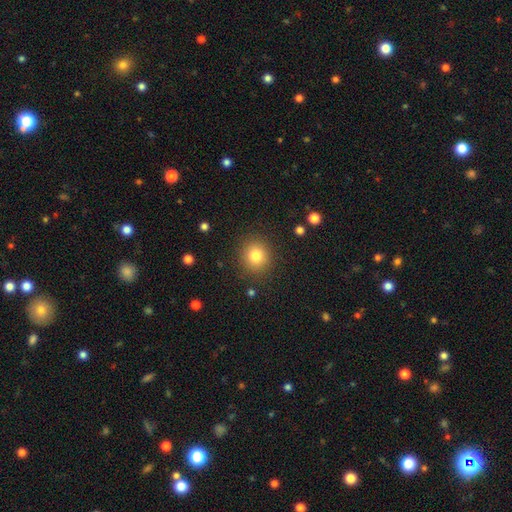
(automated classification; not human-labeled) Overall: smooth (81%). How rounded: round (86%). Merging: none (88%).